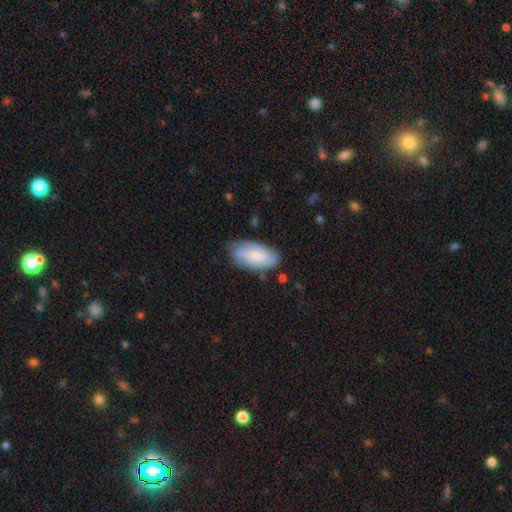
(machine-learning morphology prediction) This is possibly a smooth galaxy (51%). How rounded: clearly in between (92%). Merging: likely none (69%).